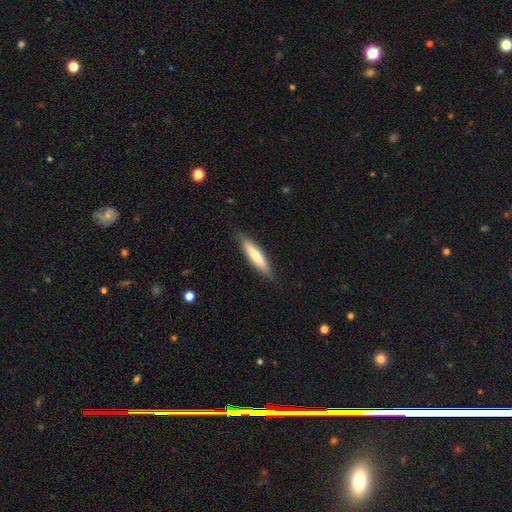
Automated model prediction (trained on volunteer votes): Overall: smooth (67%; featured or disk 28%). How rounded: cigar-shaped (83%). Merging: none (84%).